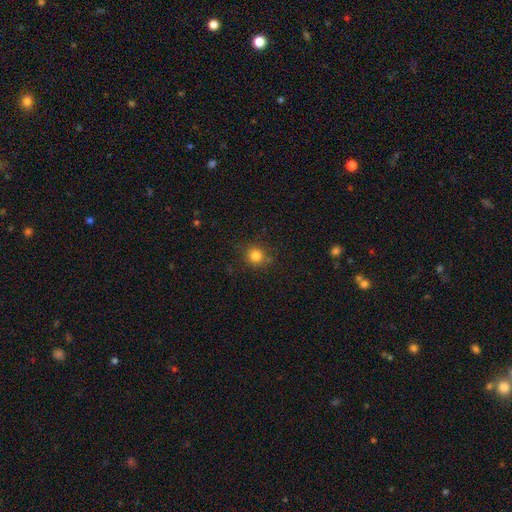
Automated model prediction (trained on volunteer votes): Smooth or featured: smooth — 82% (star or artifact — 13%)
How rounded: round — 91% (in between — 8%)
Merging: none — 83% (minor disturbance — 11%)